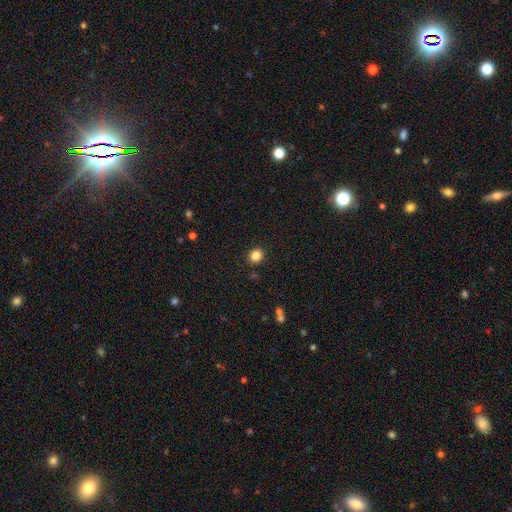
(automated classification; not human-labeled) Smooth or featured? smooth (85%)
How rounded? round (67%)
Merging? none (90%)